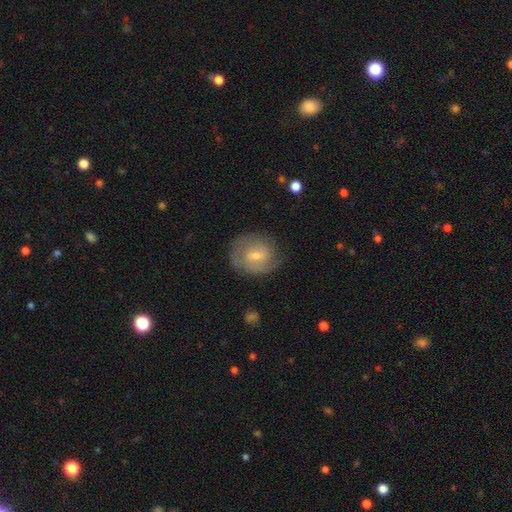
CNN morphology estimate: This appears to be a featured or disk galaxy (61%) with a weak bar (53%), spiral arms (83%) and a small central bulge (57%). Merging: none (75%).